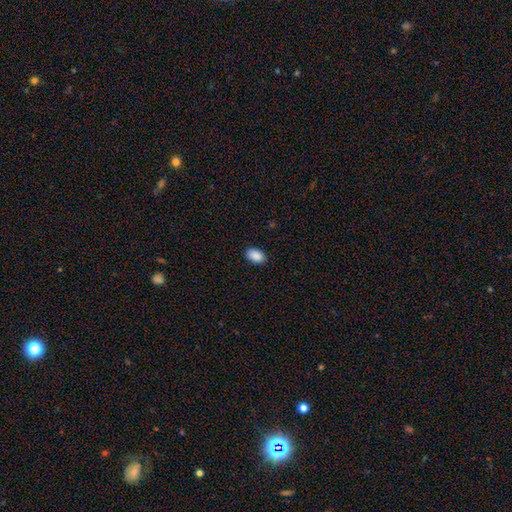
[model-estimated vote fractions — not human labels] A smooth galaxy with no disk features (90%) that is in between round and cigar-shaped (91%).

Vote fractions:
- Smooth or featured? smooth: 90% / star or artifact: 7% / featured or disk: 3%
- How rounded? in between: 91% / round: 8% / cigar-shaped: 1%
- Merging? none: 89% / minor disturbance: 8% / major disturbance: 2% / merger: 1%